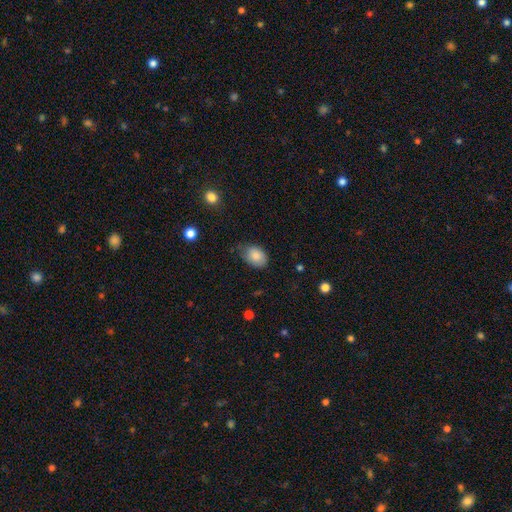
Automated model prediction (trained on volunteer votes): Q: Smooth or featured?
A: smooth (84%); runner-up: featured or disk (8%)
Q: How rounded?
A: in between (80%); runner-up: round (19%)
Q: Merging?
A: none (63%); runner-up: minor disturbance (30%)